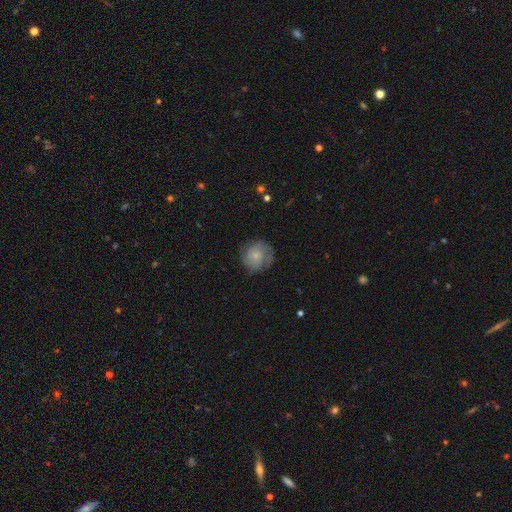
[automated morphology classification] Smooth or featured? Predicted: smooth (p=0.59). How rounded? Predicted: round (p=0.88). Merging? Predicted: none (p=0.68).